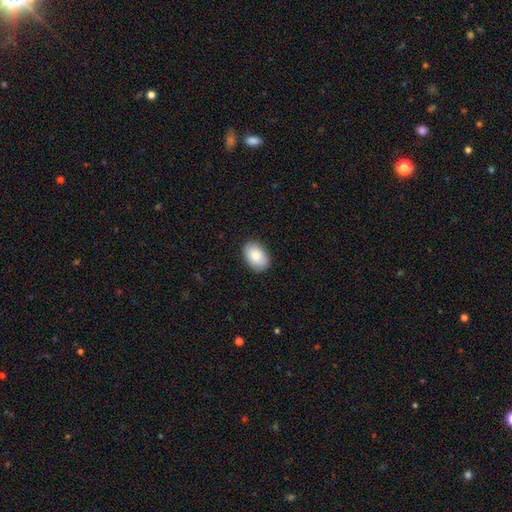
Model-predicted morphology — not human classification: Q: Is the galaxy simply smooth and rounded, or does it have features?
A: smooth — 84%.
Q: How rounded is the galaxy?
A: in between — 86%.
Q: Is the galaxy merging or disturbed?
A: none — 88%.